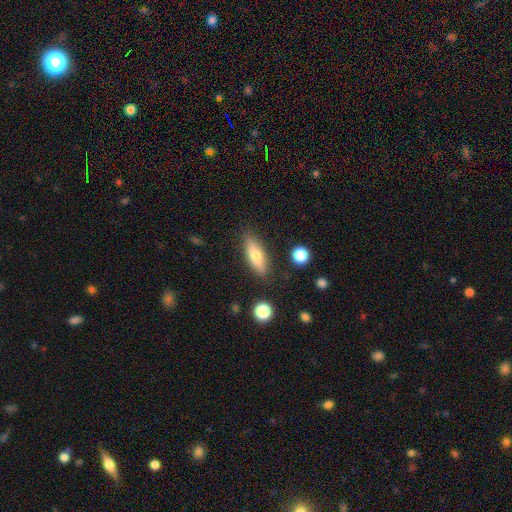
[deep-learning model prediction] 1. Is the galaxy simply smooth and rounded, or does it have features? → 65% smooth, 27% featured or disk, 7% star or artifact.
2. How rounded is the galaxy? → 54% in between, 43% cigar-shaped, 3% round.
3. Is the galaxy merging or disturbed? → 84% none, 11% minor disturbance, 3% major disturbance, 2% merger.